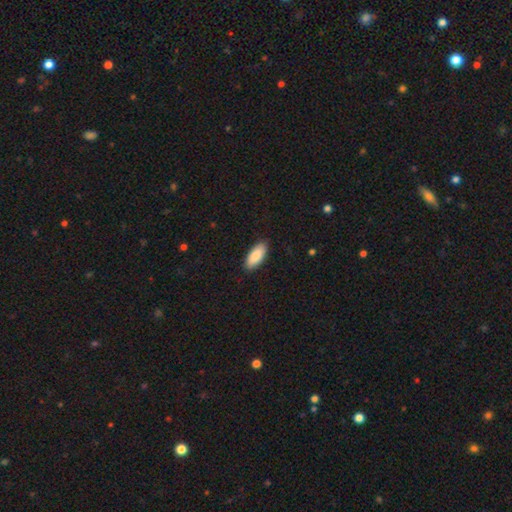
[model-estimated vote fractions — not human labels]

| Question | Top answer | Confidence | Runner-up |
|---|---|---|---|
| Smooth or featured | smooth | 89% | featured or disk (6%) |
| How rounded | in between | 85% | cigar-shaped (13%) |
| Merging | none | 90% | minor disturbance (8%) |